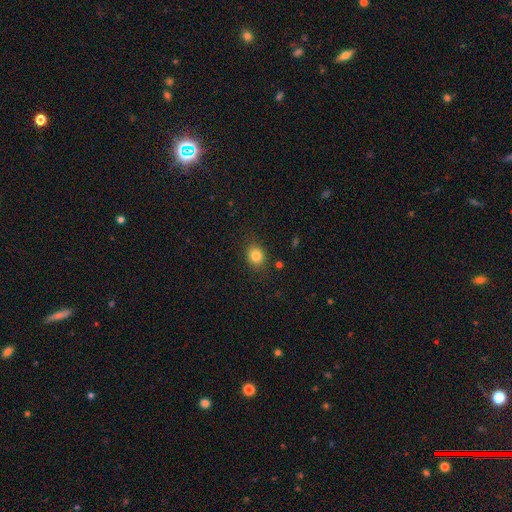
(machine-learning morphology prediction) Overall: smooth (82%). How rounded: round (65%; in between 34%). Merging: none (85%).